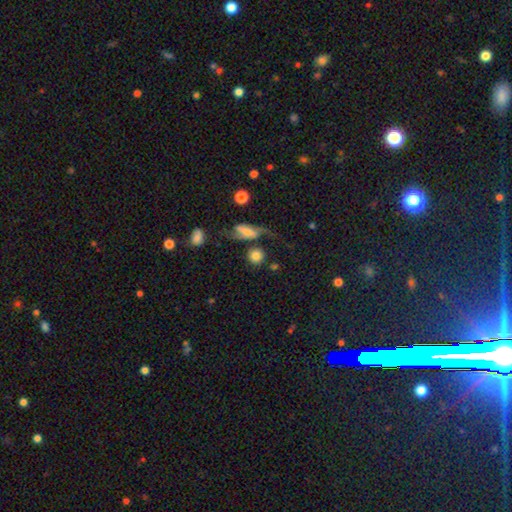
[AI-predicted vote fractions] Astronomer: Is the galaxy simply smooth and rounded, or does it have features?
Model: smooth — 75%.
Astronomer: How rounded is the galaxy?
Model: round — 86%.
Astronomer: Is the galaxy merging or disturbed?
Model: none — 61%.